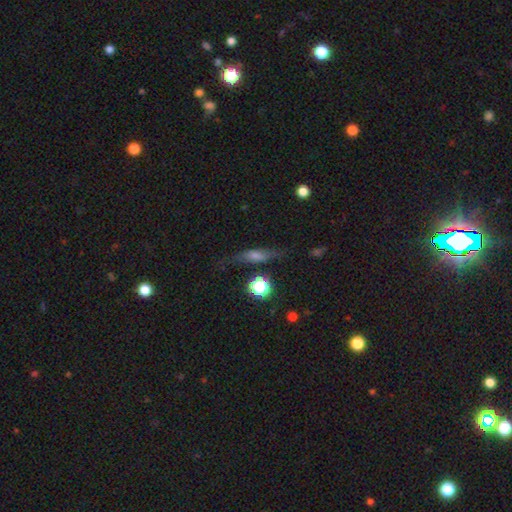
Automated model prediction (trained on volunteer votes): Morphology: type=featured or disk (48%); merging=none (75%).